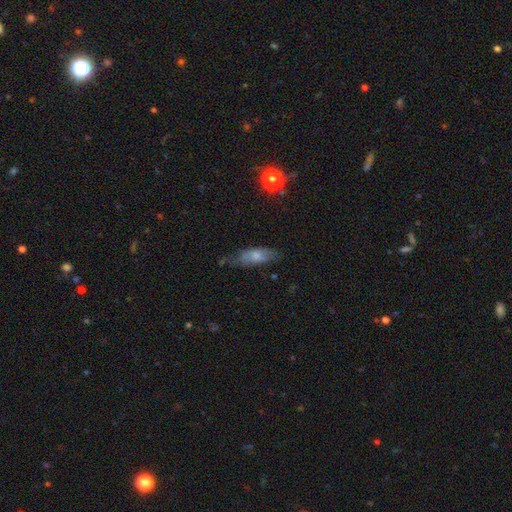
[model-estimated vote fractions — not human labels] smooth_or_featured: smooth (p=0.67) [alt: featured or disk p=0.25]
how_rounded: in between (p=0.66) [alt: cigar-shaped p=0.31]
merging: none (p=0.60) [alt: minor disturbance p=0.28]